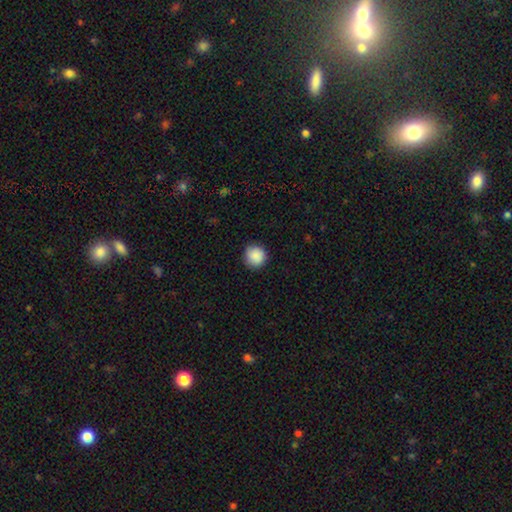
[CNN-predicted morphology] This is clearly a smooth galaxy (88%). How rounded: clearly round (94%). Merging: clearly none (88%).